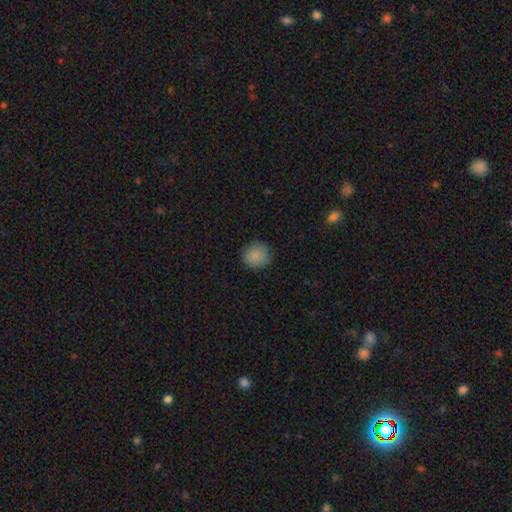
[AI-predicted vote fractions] Overall: smooth (87%). How rounded: round (88%). Merging: none (85%).